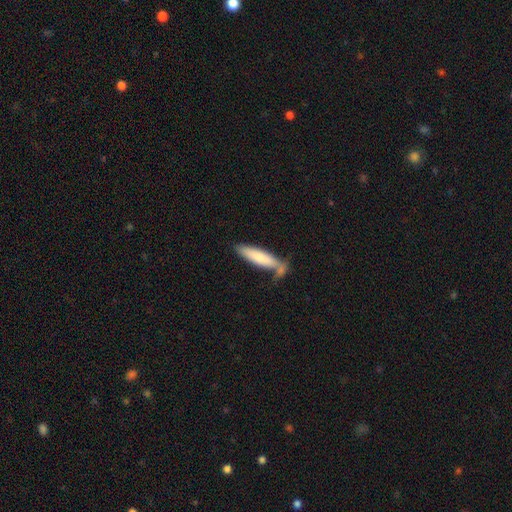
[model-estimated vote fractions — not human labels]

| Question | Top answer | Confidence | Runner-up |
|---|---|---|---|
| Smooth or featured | smooth | 76% | featured or disk (18%) |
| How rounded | cigar-shaped | 70% | in between (28%) |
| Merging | none | 50% | merger (21%) |